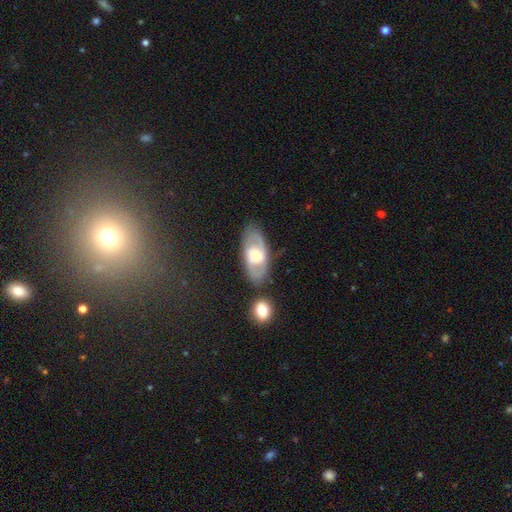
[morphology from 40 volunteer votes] type=featured or disk (52%); edge-on=no (100%); bar=weak (48%); spiral arms=yes (62%); winding=medium (69%); arm count=2 (100%); bulge=moderate (52%); merging=none (55%).